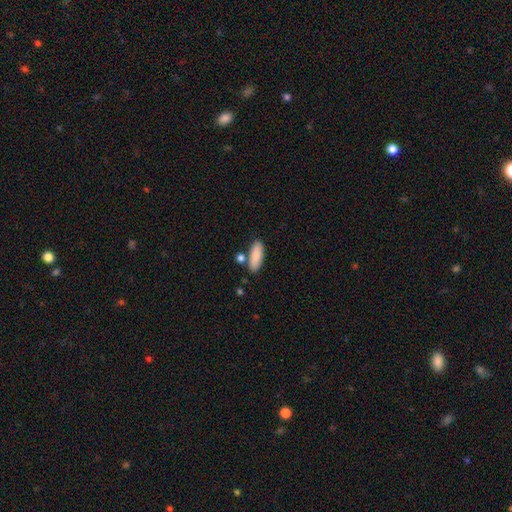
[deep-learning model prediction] Overall: smooth (87%). How rounded: in between (74%). Merging: none (76%).